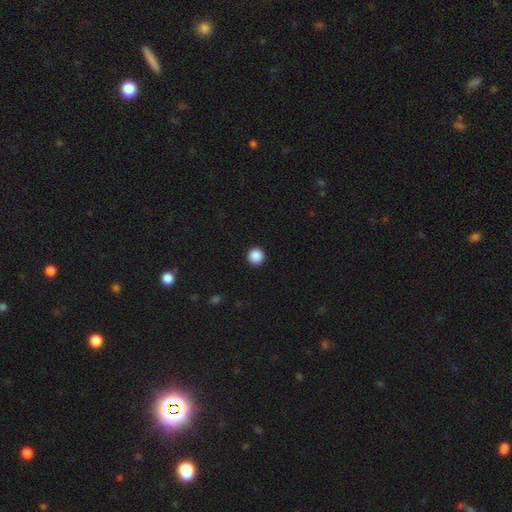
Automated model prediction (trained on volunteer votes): The model was most divided on "smooth or featured": smooth: 89%, star or artifact: 9%, featured or disk: 2%. More confident: how rounded — round (96%); merging — none (94%).